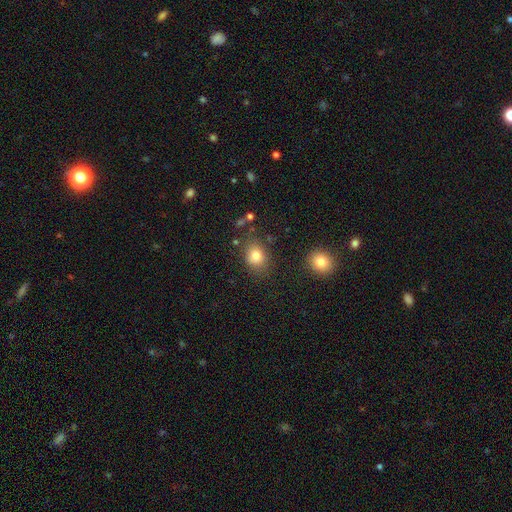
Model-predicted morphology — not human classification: Smooth or featured? Predicted: smooth (p=0.80). How rounded? Predicted: round (p=0.50). Merging? Predicted: none (p=0.77).